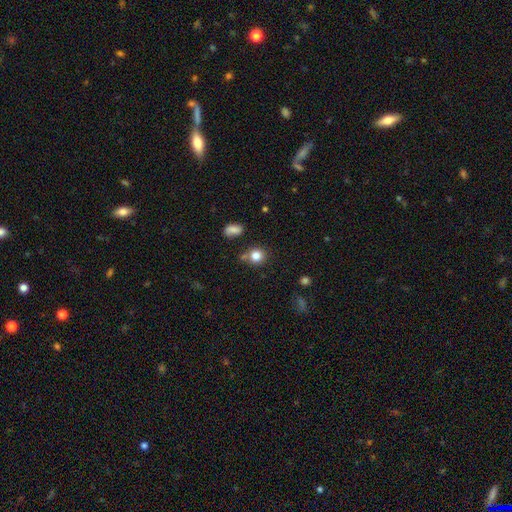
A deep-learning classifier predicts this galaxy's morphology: A smooth galaxy with no disk features (82%) that is round (84%). Merging: none (73%).